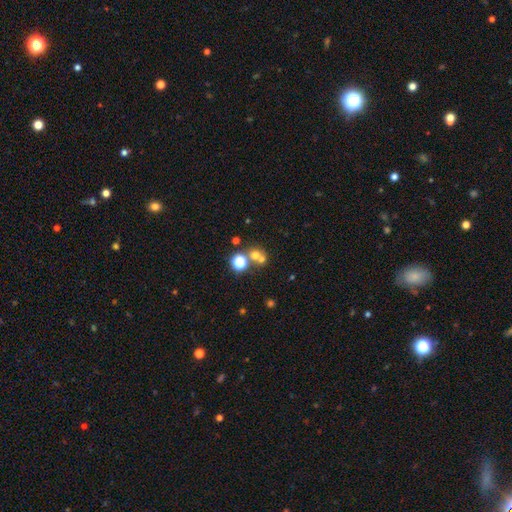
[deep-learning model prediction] smooth_or_featured: smooth (p=0.61) [alt: star or artifact p=0.24]
how_rounded: round (p=0.83) [alt: in between p=0.16]
merging: none (p=0.47) [alt: merger p=0.42]